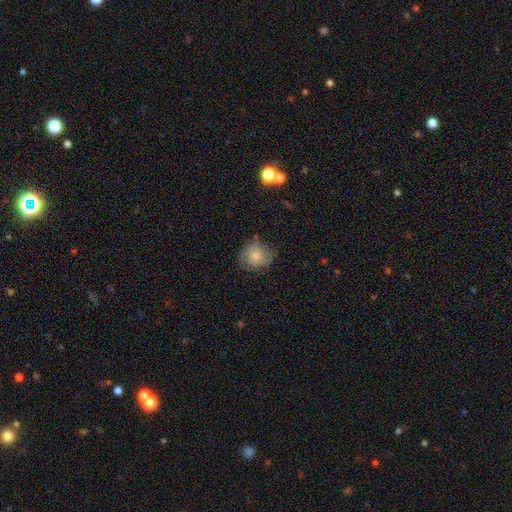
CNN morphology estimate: Q: Smooth or featured?
A: smooth (56%); runner-up: featured or disk (35%)
Q: How rounded?
A: round (70%); runner-up: in between (29%)
Q: Merging?
A: none (67%); runner-up: minor disturbance (23%)